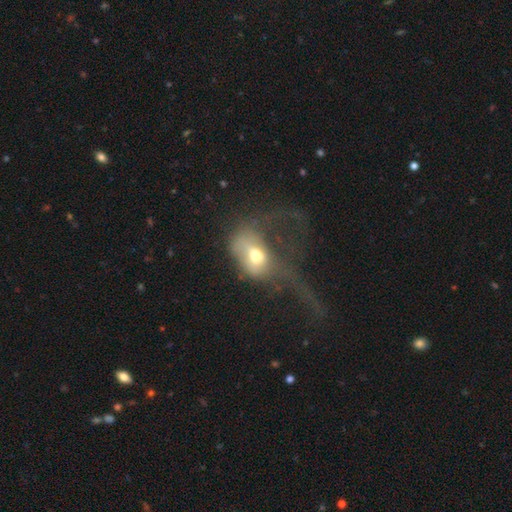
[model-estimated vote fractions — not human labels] smooth_or_featured: smooth (p=0.57) [alt: featured or disk p=0.32]
how_rounded: in between (p=0.69) [alt: round p=0.28]
merging: major disturbance (p=0.66) [alt: none p=0.16]